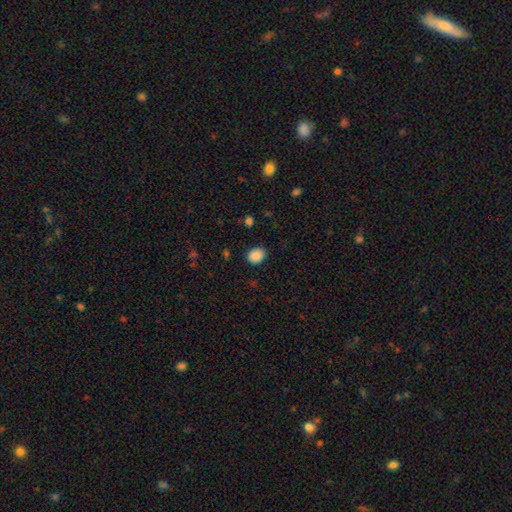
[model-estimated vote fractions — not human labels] smooth 88%, star or artifact 9%, featured or disk 3%. Down the decision tree: how rounded — round (53%); merging — none (84%).